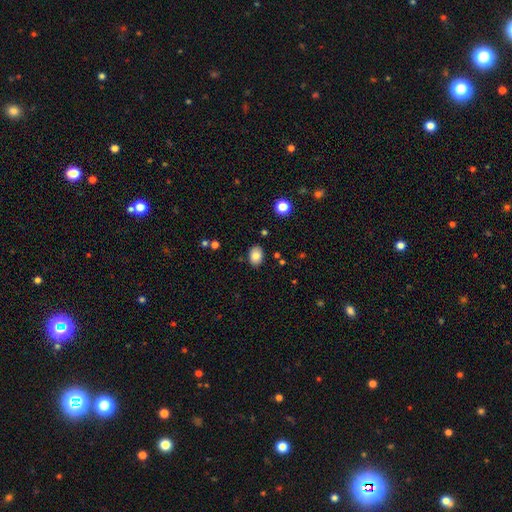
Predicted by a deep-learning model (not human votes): Smooth or featured? smooth (82%)
How rounded? in between (77%)
Merging? none (86%)